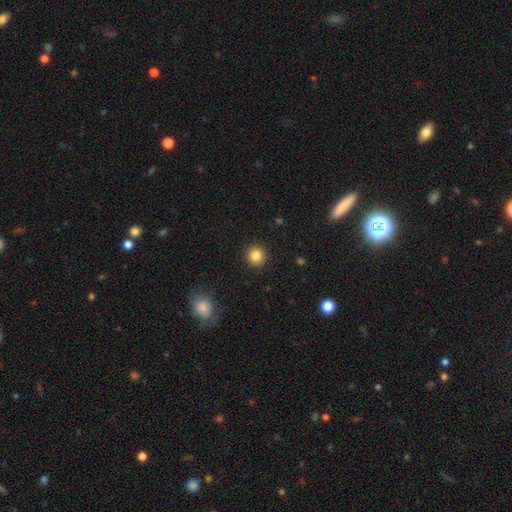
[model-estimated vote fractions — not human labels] A smooth galaxy with no disk features (85%) that is round (93%).

Vote fractions:
- Smooth or featured? smooth: 85% / star or artifact: 10% / featured or disk: 5%
- How rounded? round: 93% / in between: 6% / cigar-shaped: 1%
- Merging? none: 92% / minor disturbance: 5% / major disturbance: 2% / merger: 1%